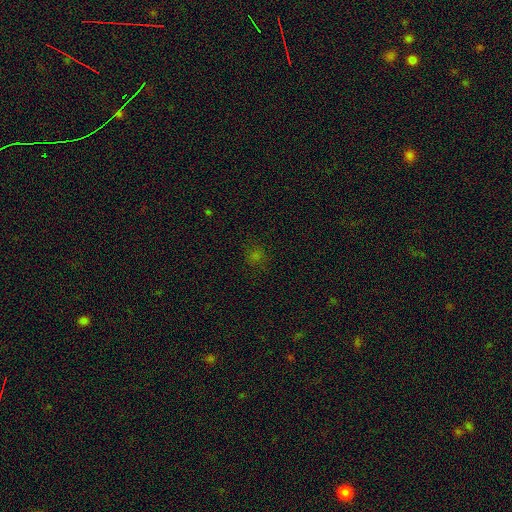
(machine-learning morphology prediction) Smooth or featured: smooth — 61% (star or artifact — 33%)
How rounded: round — 86% (in between — 13%)
Merging: none — 85% (minor disturbance — 10%)